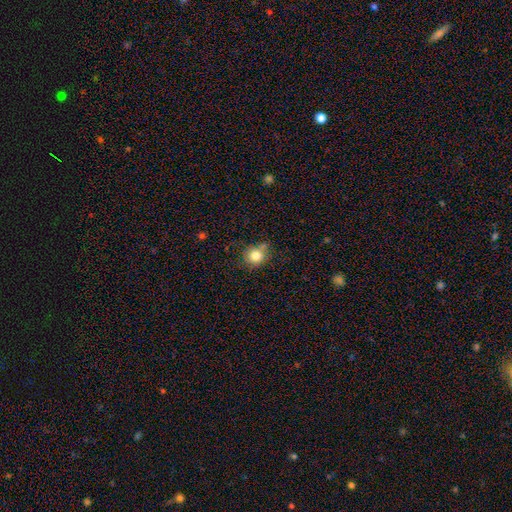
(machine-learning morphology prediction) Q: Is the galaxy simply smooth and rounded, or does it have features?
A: smooth — 81%.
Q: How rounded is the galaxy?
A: round — 81%.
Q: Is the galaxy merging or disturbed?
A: none — 67%.